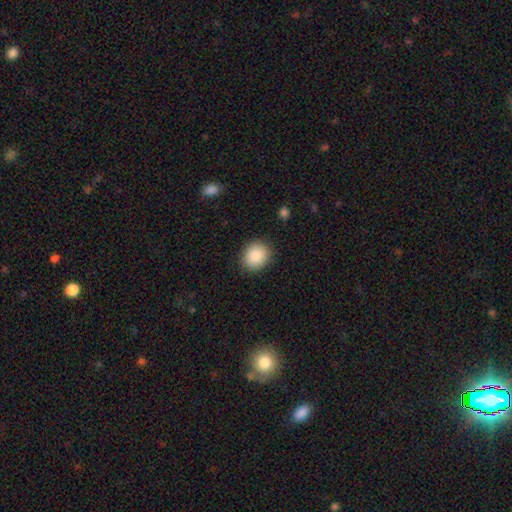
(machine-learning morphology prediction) Smooth or featured? smooth (87%)
How rounded? round (65%)
Merging? none (88%)